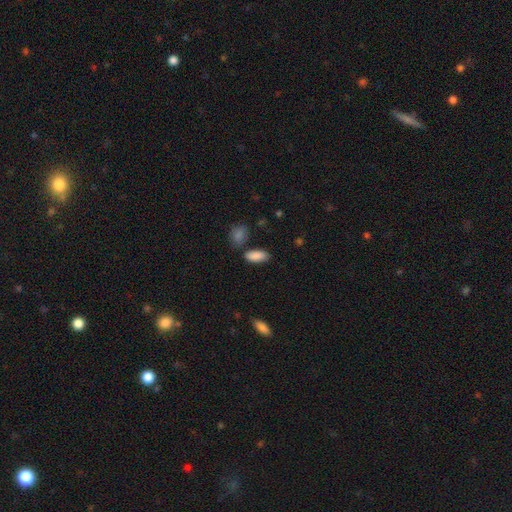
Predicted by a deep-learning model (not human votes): smooth-or-featured: smooth: 88% | star or artifact: 7% | featured or disk: 5%
  how-rounded: in between: 88% | cigar-shaped: 9% | round: 2%
  merging: none: 75% | minor disturbance: 14% | merger: 7% | major disturbance: 3%